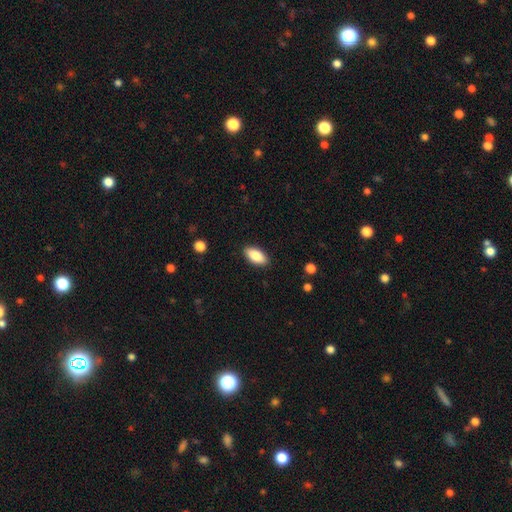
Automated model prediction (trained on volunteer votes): Smooth or featured? Predicted: smooth (p=0.85). How rounded? Predicted: in between (p=0.90). Merging? Predicted: none (p=0.89).